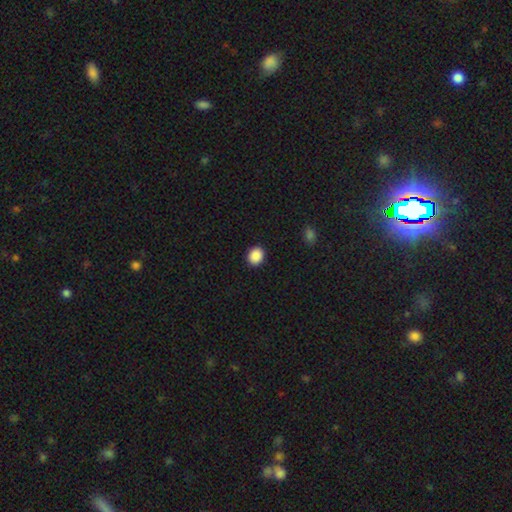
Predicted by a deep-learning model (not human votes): A smooth galaxy with no disk features (89%) that is round (62%). Merging: none (91%).